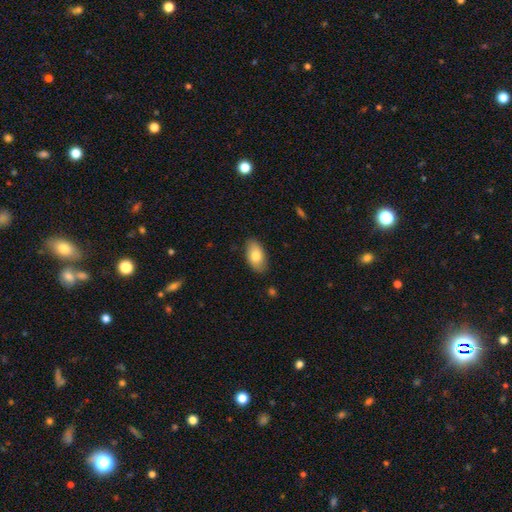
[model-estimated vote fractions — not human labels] Q: Smooth or featured?
A: smooth (79%); runner-up: featured or disk (14%)
Q: How rounded?
A: in between (94%); runner-up: round (4%)
Q: Merging?
A: none (85%); runner-up: minor disturbance (11%)